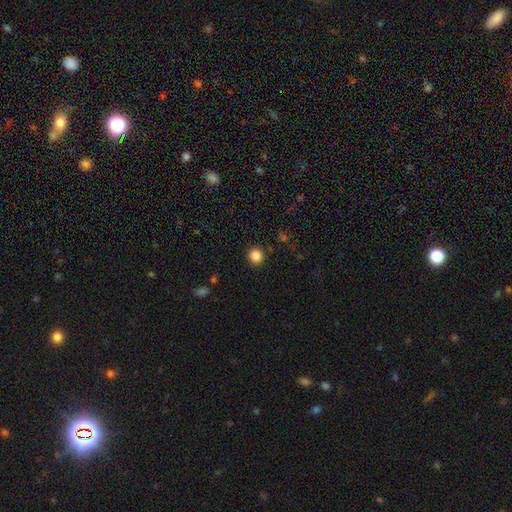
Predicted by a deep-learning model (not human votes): Overall: smooth (85%). How rounded: round (90%). Merging: none (91%).